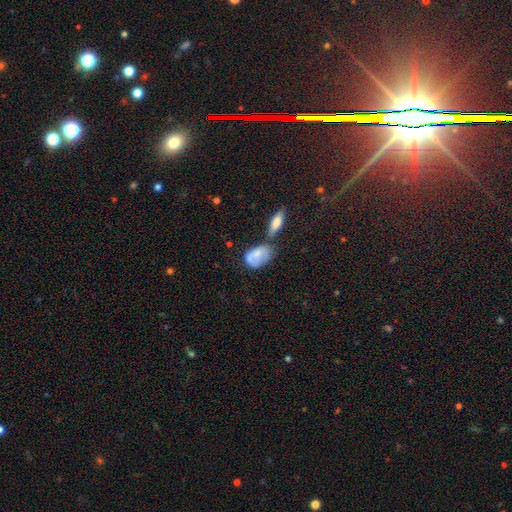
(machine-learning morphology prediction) Smooth or featured: smooth — 69% (featured or disk — 23%)
How rounded: in between — 86% (round — 11%)
Merging: merger — 37% (none — 27%)